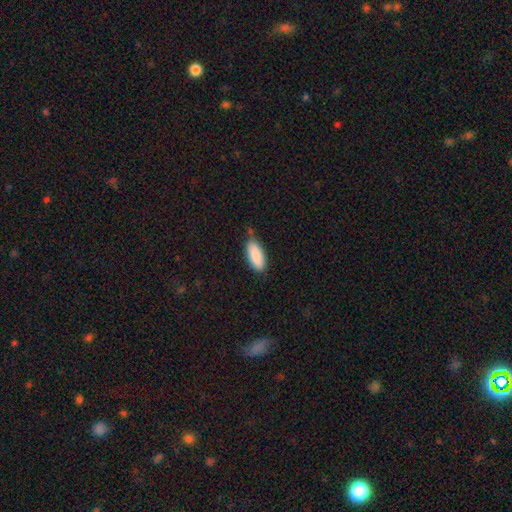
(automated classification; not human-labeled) smooth 89%, star or artifact 6%, featured or disk 5%. Down the decision tree: how rounded — in between (81%); merging — none (76%).